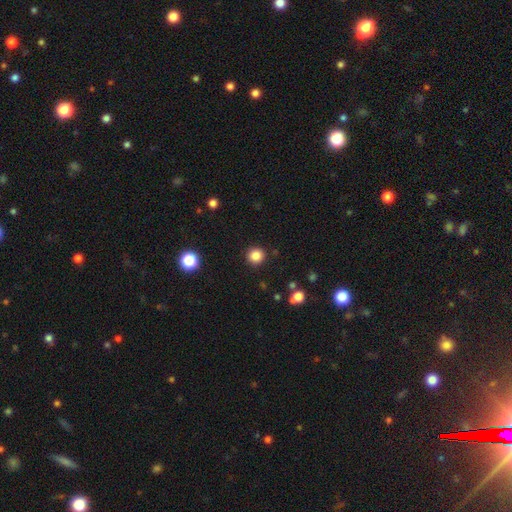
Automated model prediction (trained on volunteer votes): Q: Smooth or featured?
A: smooth (84%); runner-up: star or artifact (12%)
Q: How rounded?
A: round (94%); runner-up: in between (5%)
Q: Merging?
A: none (91%); runner-up: minor disturbance (5%)